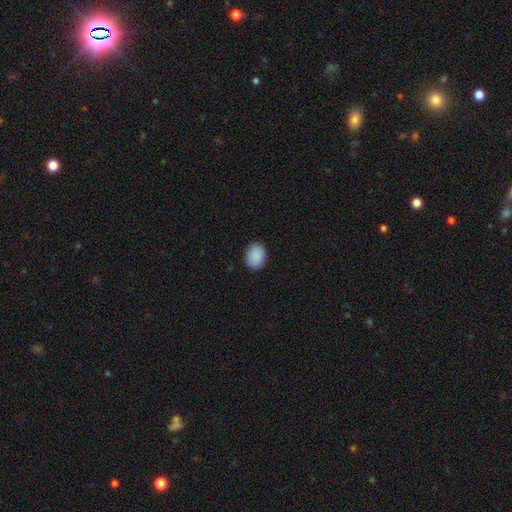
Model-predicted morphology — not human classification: This appears to be a smooth galaxy with no disk features (90%) that is in between round and cigar-shaped (57%). Merging: none (89%).